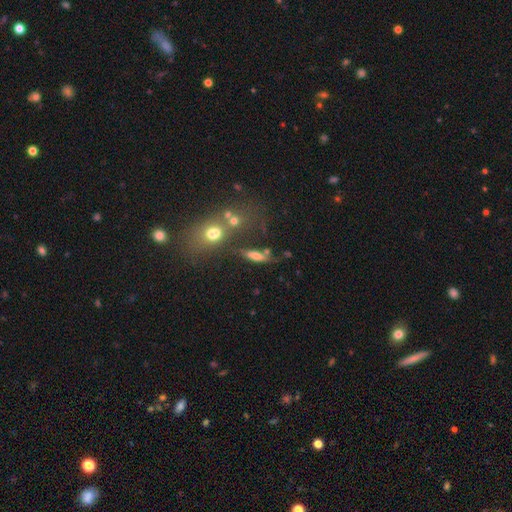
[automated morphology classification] smooth-or-featured: smooth: 61% | featured or disk: 26% | star or artifact: 13%
  how-rounded: cigar-shaped: 51% | in between: 42% | round: 7%
  merging: none: 56% | minor disturbance: 18% | merger: 17% | major disturbance: 10%